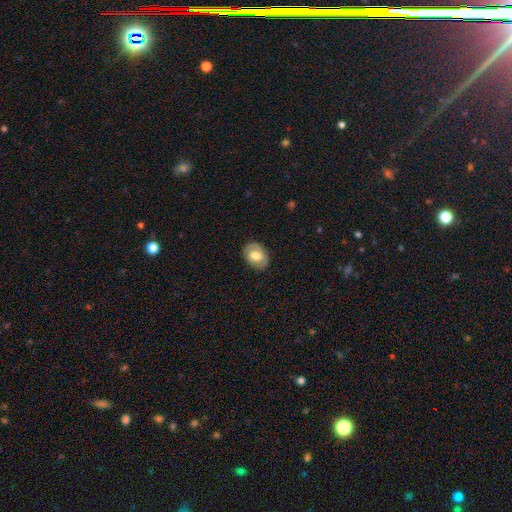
Volunteers were most divided on "how rounded": in between: 54%, round: 46%, cigar-shaped: 0%. More confident: merging — none (83%); smooth or featured — smooth (67%).